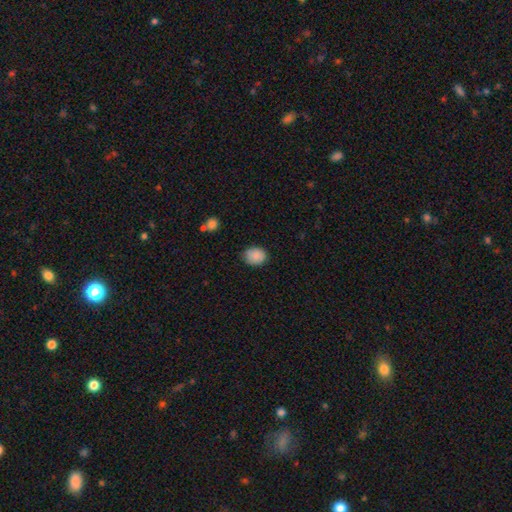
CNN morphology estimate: A smooth galaxy with no disk features (88%) that is round (53%).

Vote fractions:
- Smooth or featured? smooth: 88% / star or artifact: 8% / featured or disk: 4%
- How rounded? round: 53% / in between: 46% / cigar-shaped: 1%
- Merging? none: 82% / minor disturbance: 14% / major disturbance: 3% / merger: 1%